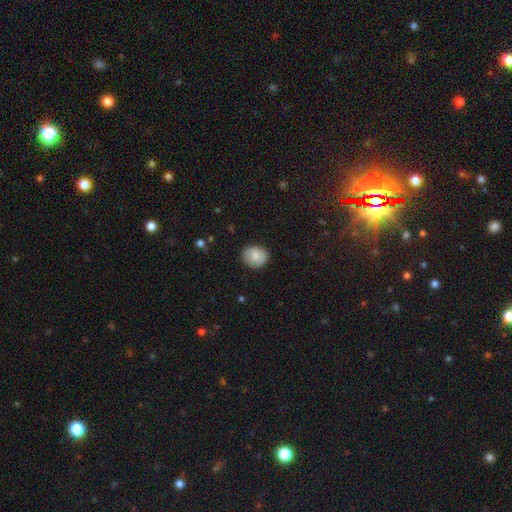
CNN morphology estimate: Smooth or featured?
  - smooth: 80% *
  - featured or disk: 13%
  - star or artifact: 7%
How rounded?
  - round: 62% *
  - in between: 37%
  - cigar-shaped: 1%
Merging?
  - none: 86% *
  - minor disturbance: 11%
  - major disturbance: 2%
  - merger: 1%